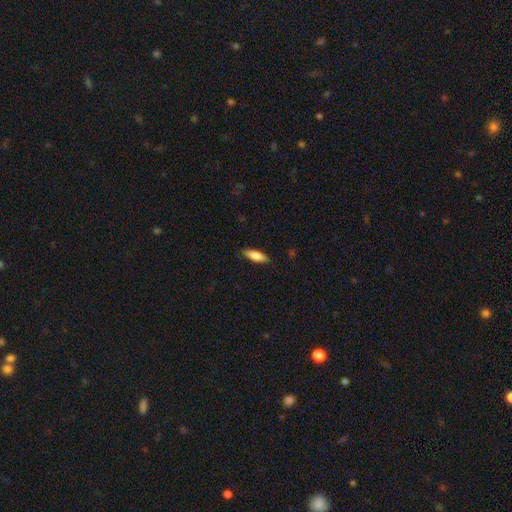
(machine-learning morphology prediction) smooth-or-featured: smooth: 75% | featured or disk: 19% | star or artifact: 6%
  how-rounded: in between: 50% | cigar-shaped: 48% | round: 2%
  merging: none: 88% | minor disturbance: 9% | major disturbance: 2% | merger: 1%